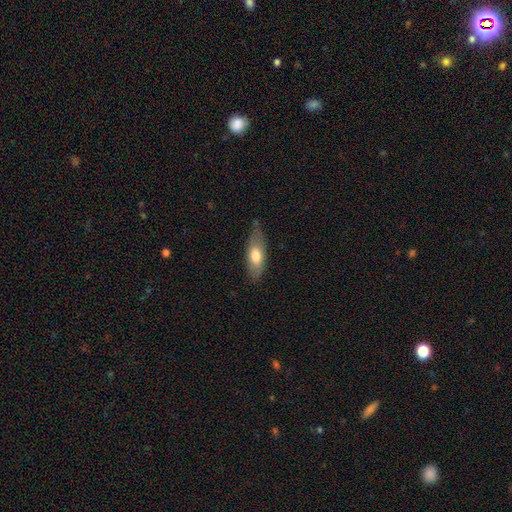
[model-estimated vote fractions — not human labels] The model was most divided on "smooth or featured": smooth: 68%, featured or disk: 26%, star or artifact: 6%. More confident: how rounded — in between (74%); merging — none (68%).